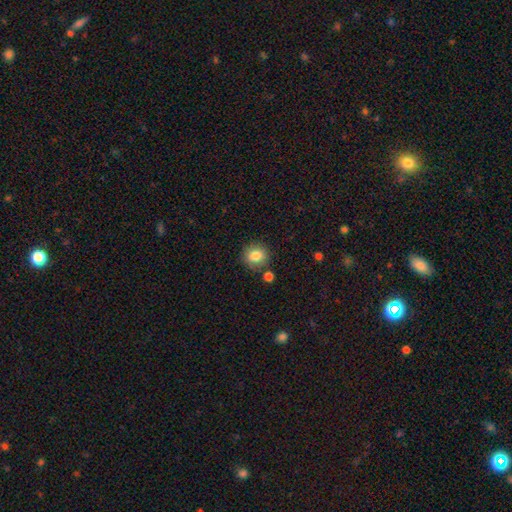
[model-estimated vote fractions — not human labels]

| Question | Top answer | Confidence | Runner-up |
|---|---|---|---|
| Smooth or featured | smooth | 83% | star or artifact (10%) |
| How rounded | round | 86% | in between (13%) |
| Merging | none | 80% | minor disturbance (11%) |